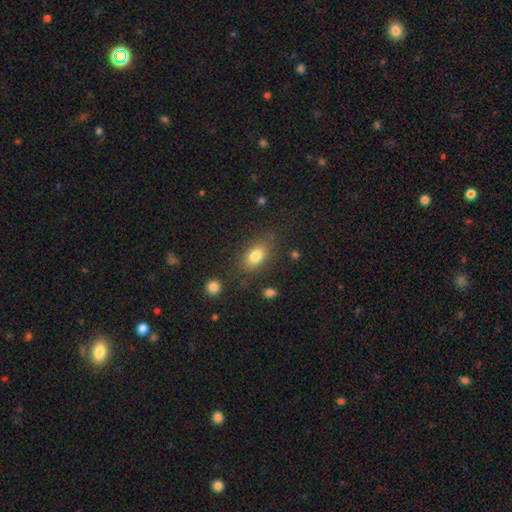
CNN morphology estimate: A smooth galaxy with no disk features (80%) that is in between round and cigar-shaped (83%). Merging: none (76%).